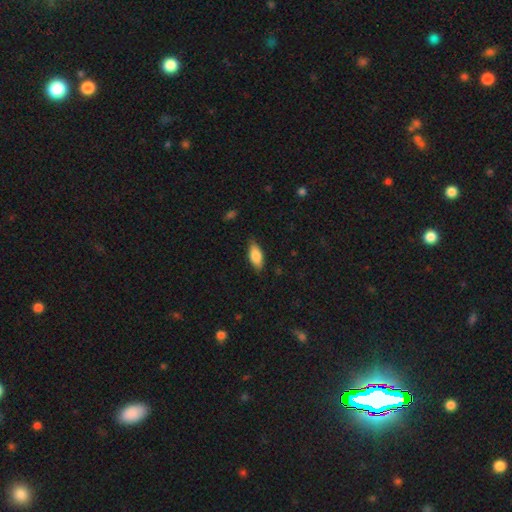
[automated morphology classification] smooth_or_featured: smooth (p=0.82) [alt: featured or disk p=0.12]
how_rounded: in between (p=0.85) [alt: cigar-shaped p=0.13]
merging: none (p=0.81) [alt: minor disturbance p=0.15]